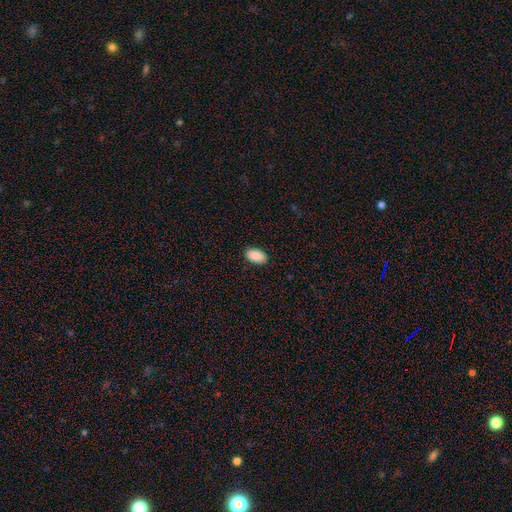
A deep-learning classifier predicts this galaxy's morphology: A smooth galaxy with no disk features (89%) that is in between round and cigar-shaped (95%). Merging: none (89%).